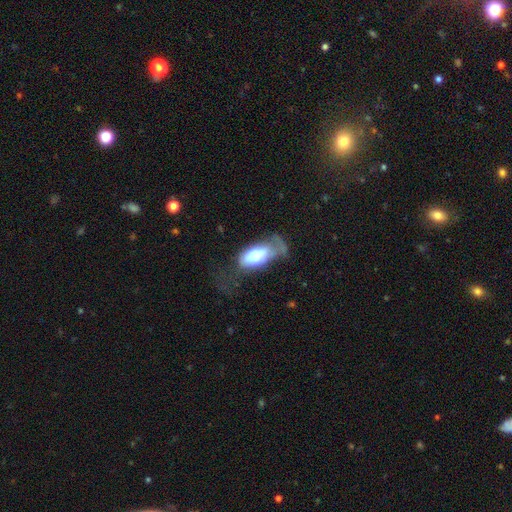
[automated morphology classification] type=smooth (68%); roundness=in between (91%); merging=major disturbance (47%).